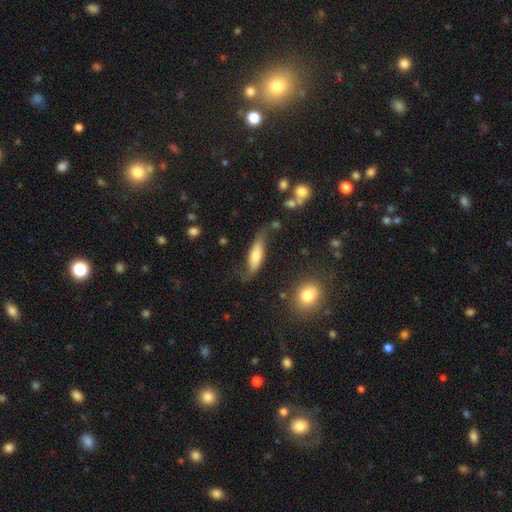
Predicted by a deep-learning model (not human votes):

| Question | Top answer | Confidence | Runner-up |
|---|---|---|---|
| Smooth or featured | smooth | 50% | featured or disk (42%) |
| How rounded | in between | 49% | cigar-shaped (47%) |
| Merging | none | 54% | minor disturbance (29%) |